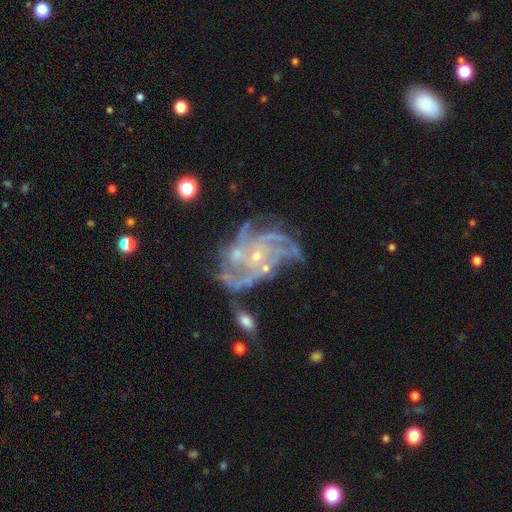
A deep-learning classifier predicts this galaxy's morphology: type=featured or disk (87%); edge-on=no (98%); bar=no (71%); spiral arms=yes (96%); winding=tight (47%); arm count=4 (35%); bulge=small (78%); merging=none (50%).